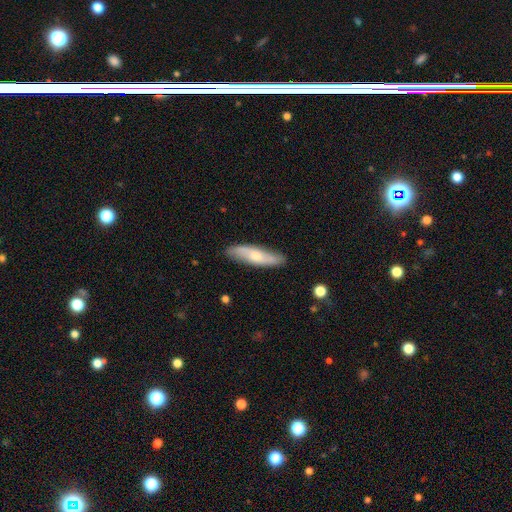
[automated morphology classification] This appears to be a smooth galaxy with no disk features (52%) that is cigar-shaped (67%). Merging: none (85%).